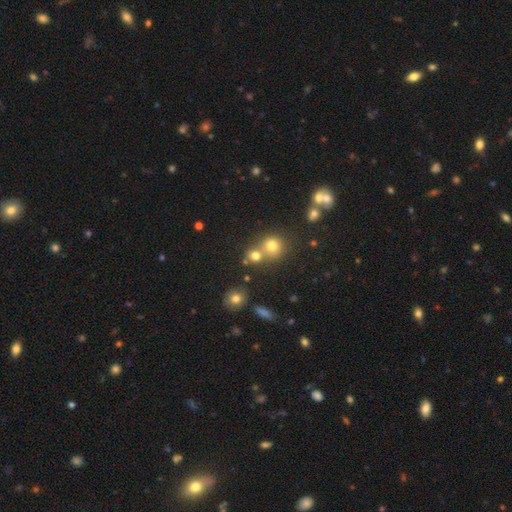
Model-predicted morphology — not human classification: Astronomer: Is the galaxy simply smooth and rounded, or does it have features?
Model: smooth — 74%.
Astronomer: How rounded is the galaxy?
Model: round — 83%.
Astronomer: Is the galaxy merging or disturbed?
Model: none — 49% (runner-up: merger, 40%).